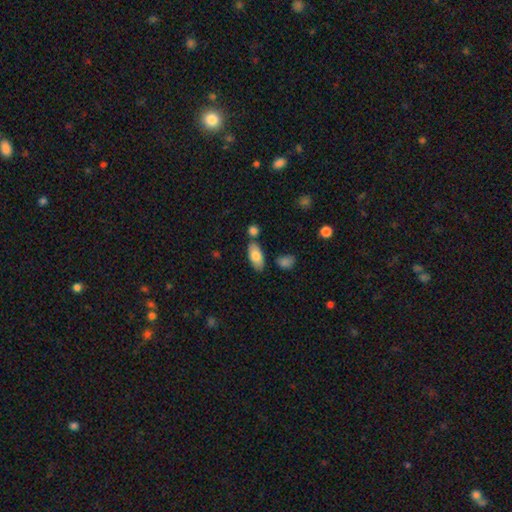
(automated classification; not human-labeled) The model was most divided on "merging": none: 70%, minor disturbance: 14%, merger: 12%, major disturbance: 3%. More confident: how rounded — in between (91%); smooth or featured — smooth (78%).